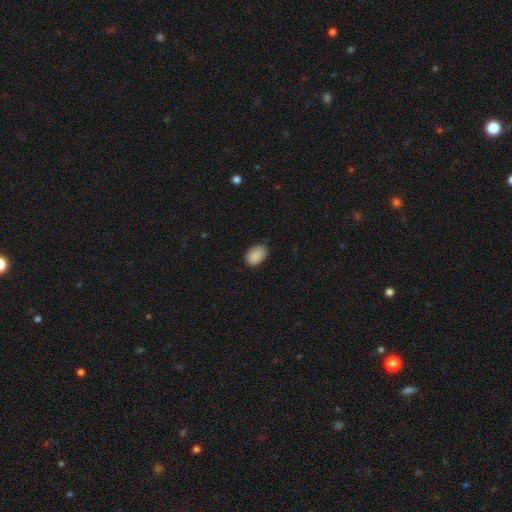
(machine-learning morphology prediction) type=smooth (88%); roundness=in between (88%); merging=none (81%).